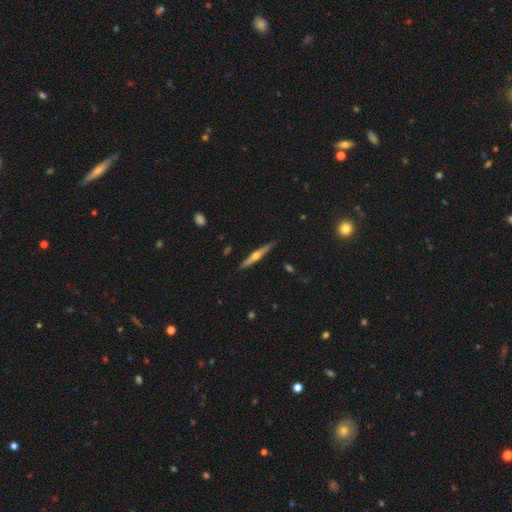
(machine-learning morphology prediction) Smooth or featured?
  - featured or disk: 71% *
  - smooth: 24%
  - star or artifact: 6%
Edge-on disk?
  - yes: 98% *
  - no: 2%
Edge-on bulge?
  - rounded: 92% *
  - none: 5%
  - boxy: 3%
Merging?
  - none: 88% *
  - minor disturbance: 9%
  - major disturbance: 2%
  - merger: 1%